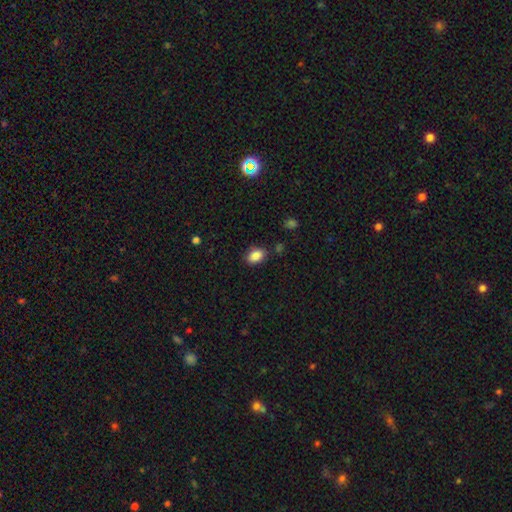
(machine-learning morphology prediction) This is clearly a smooth galaxy (87%). How rounded: clearly in between (80%). Merging: clearly none (83%).